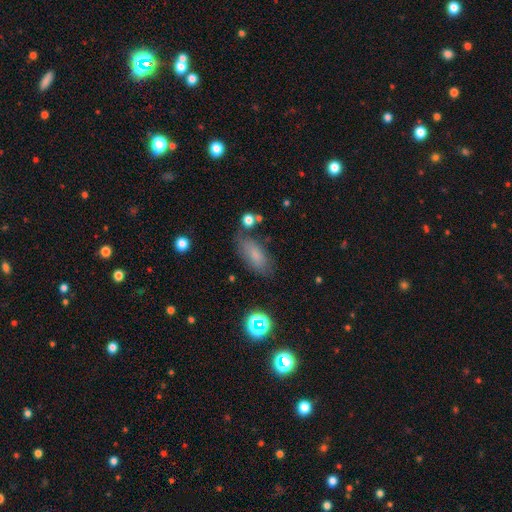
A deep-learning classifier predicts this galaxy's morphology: type=smooth (74%); roundness=in between (83%); merging=none (68%).